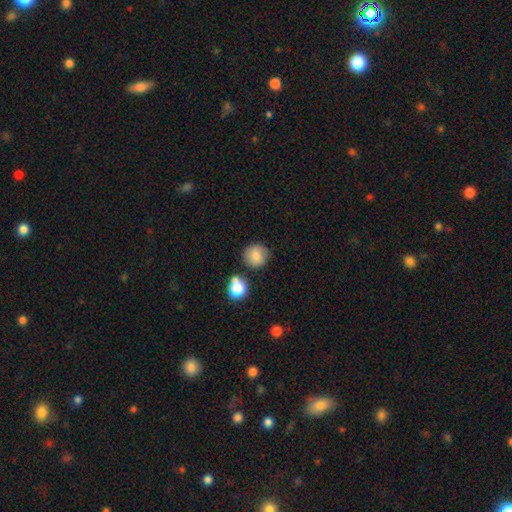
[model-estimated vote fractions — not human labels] Smooth or featured?
  - smooth: 82% *
  - star or artifact: 10%
  - featured or disk: 8%
How rounded?
  - round: 91% *
  - in between: 8%
  - cigar-shaped: 1%
Merging?
  - none: 82% *
  - minor disturbance: 9%
  - merger: 6%
  - major disturbance: 3%